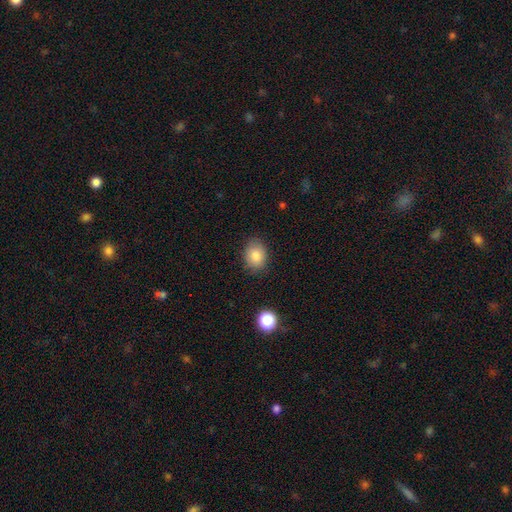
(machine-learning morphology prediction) smooth-or-featured: smooth: 83% | star or artifact: 9% | featured or disk: 8%
  how-rounded: in between: 60% | round: 39% | cigar-shaped: 1%
  merging: none: 83% | minor disturbance: 13% | major disturbance: 3% | merger: 1%